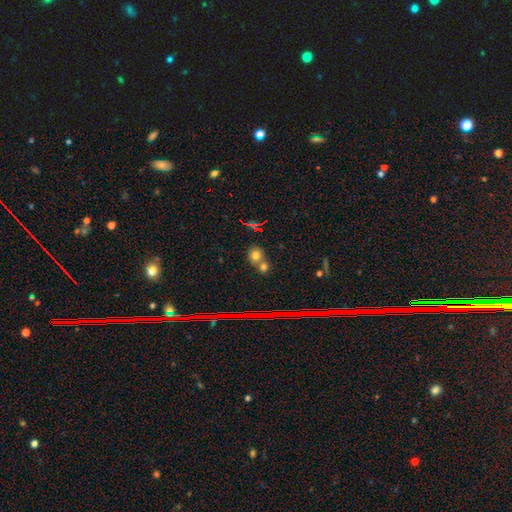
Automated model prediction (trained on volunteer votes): A smooth galaxy with no disk features (73%) that is round (70%). Merging: merger (45%).